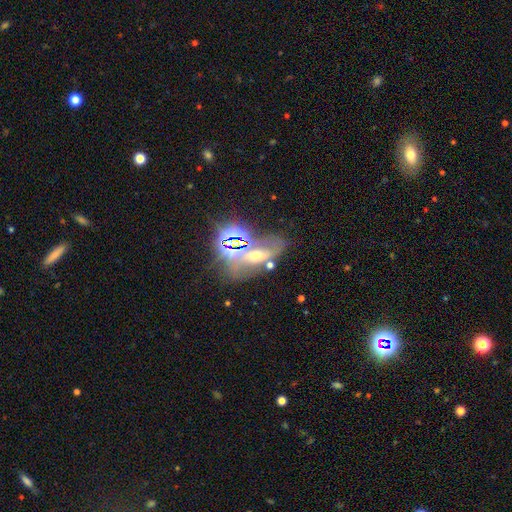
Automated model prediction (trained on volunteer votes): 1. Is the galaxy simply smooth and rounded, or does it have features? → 38% star or artifact, 37% featured or disk, 25% smooth.